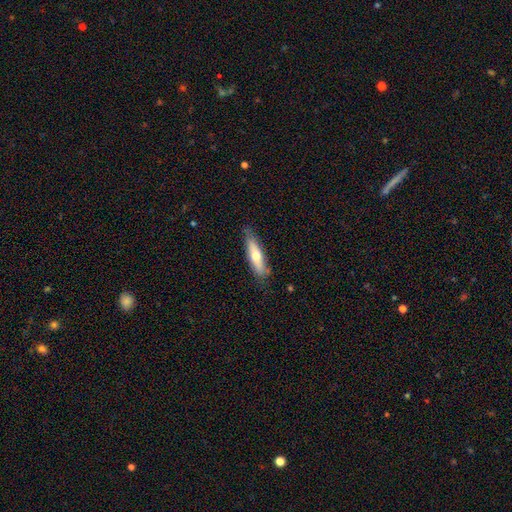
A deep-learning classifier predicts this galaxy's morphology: type=smooth (56%); roundness=cigar-shaped (70%); merging=none (79%).